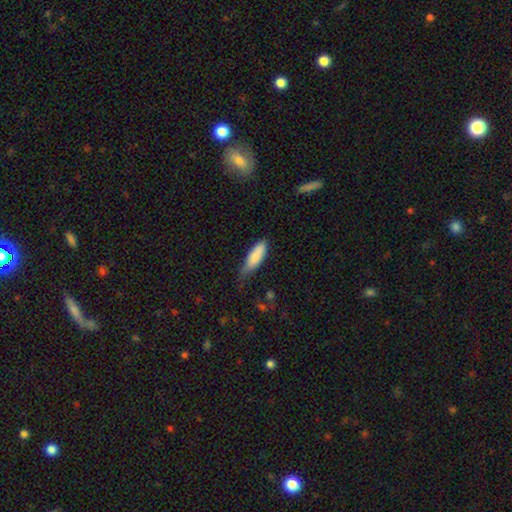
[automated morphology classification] Smooth or featured? smooth (82%)
How rounded? in between (60%)
Merging? none (47%)